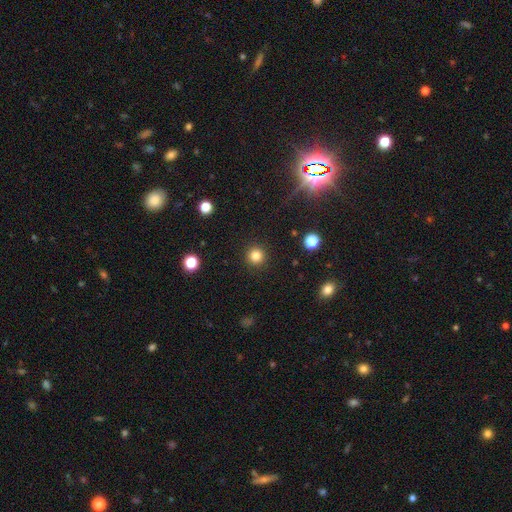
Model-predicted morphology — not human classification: Q: Smooth or featured?
A: smooth (82%); runner-up: star or artifact (13%)
Q: How rounded?
A: round (96%); runner-up: in between (3%)
Q: Merging?
A: none (93%); runner-up: minor disturbance (4%)